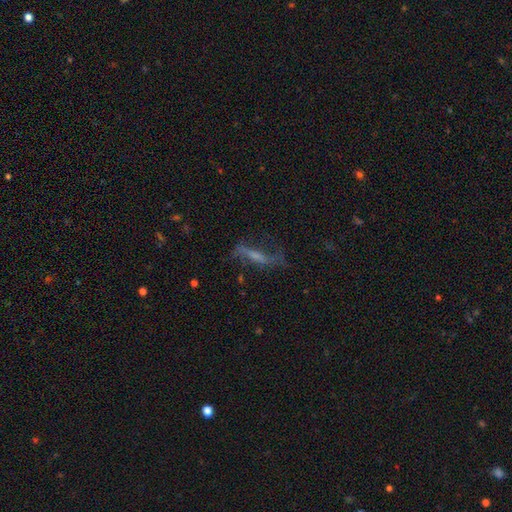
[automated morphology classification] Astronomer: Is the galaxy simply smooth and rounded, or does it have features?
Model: featured or disk — 61%.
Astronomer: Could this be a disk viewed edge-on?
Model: no — 62% (runner-up: yes, 38%).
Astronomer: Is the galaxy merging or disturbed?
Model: none — 54%.